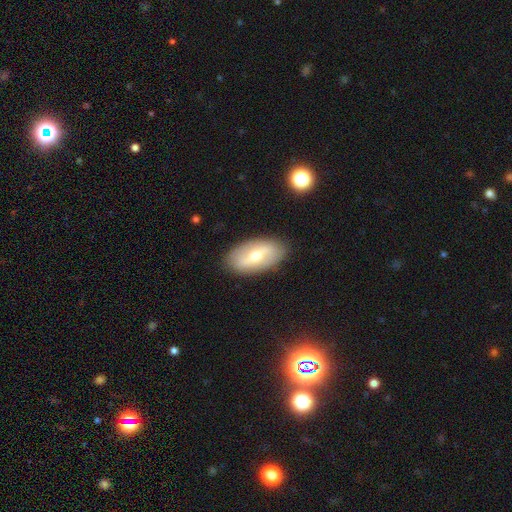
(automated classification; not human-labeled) Overall: featured or disk (52%; smooth 42%). Edge-on disk: no (86%). Merging: none (87%).